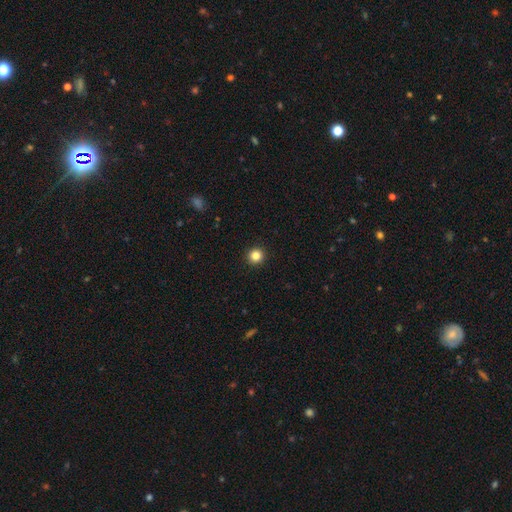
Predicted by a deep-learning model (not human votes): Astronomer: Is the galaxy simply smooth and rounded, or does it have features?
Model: smooth — 84%.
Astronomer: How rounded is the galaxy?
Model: round — 95%.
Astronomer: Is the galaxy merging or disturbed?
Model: none — 94%.